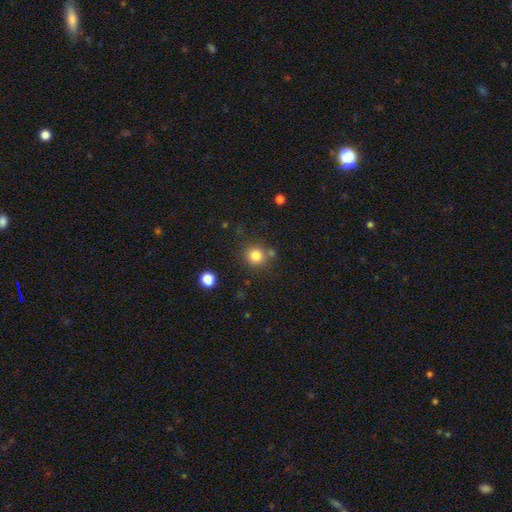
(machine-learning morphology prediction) smooth-or-featured: smooth: 82% | star or artifact: 12% | featured or disk: 6%
  how-rounded: round: 92% | in between: 7% | cigar-shaped: 1%
  merging: none: 78% | minor disturbance: 9% | merger: 9% | major disturbance: 3%